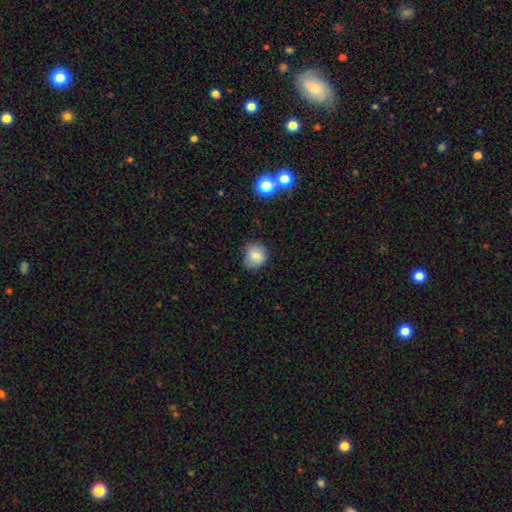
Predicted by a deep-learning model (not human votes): Smooth or featured?
  - smooth: 80% *
  - star or artifact: 10%
  - featured or disk: 9%
How rounded?
  - round: 78% *
  - in between: 21%
  - cigar-shaped: 1%
Merging?
  - none: 68% *
  - minor disturbance: 25%
  - major disturbance: 5%
  - merger: 2%